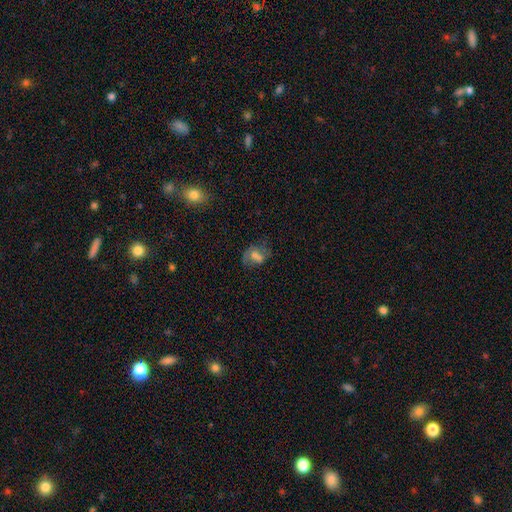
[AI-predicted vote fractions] Smooth or featured? Predicted: smooth (p=0.51). How rounded? Predicted: in between (p=0.63). Merging? Predicted: none (p=0.45).